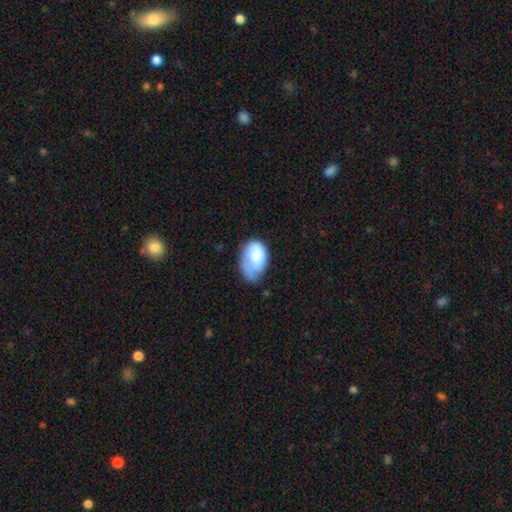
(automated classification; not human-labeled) Overall: smooth (68%). How rounded: in between (84%). Merging: minor disturbance (42%; none 30%).